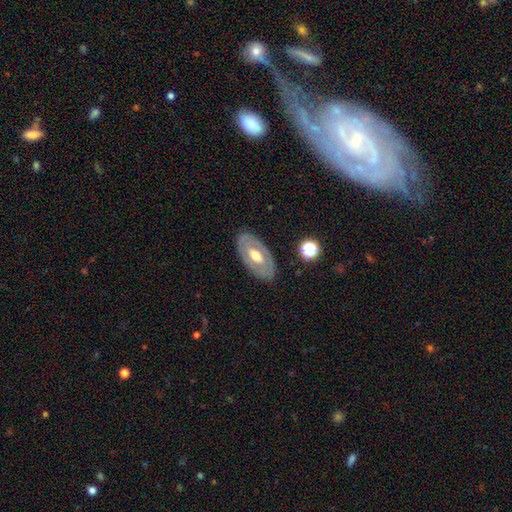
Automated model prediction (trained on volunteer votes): This appears to be a featured or disk galaxy (59%) with no bar (65%), no spiral arms (78%) and a moderate central bulge (68%). Merging: none (83%).